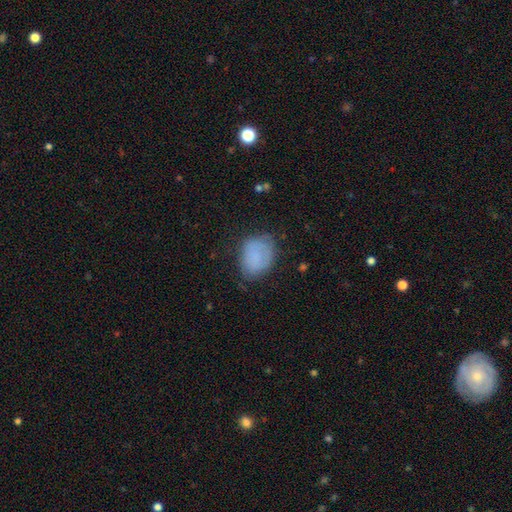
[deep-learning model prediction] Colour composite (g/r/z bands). It shows a smooth galaxy with no disk features (76%) that is in between round and cigar-shaped (68%). Merging: none (58%).